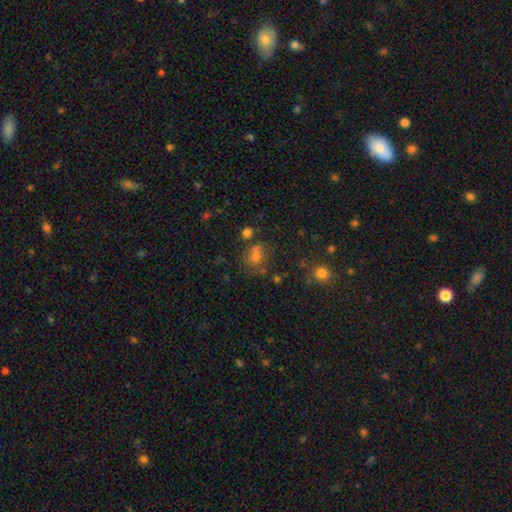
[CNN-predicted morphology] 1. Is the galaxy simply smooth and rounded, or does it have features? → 55% smooth, 29% star or artifact, 16% featured or disk.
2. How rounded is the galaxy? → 51% in between, 46% round, 3% cigar-shaped.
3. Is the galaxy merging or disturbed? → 54% none, 20% minor disturbance, 13% merger, 13% major disturbance.